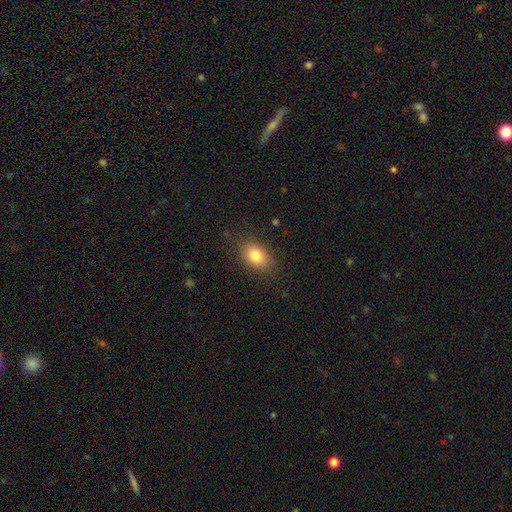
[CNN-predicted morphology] The model was most divided on "how rounded": in between: 76%, round: 23%, cigar-shaped: 1%. More confident: merging — none (84%); smooth or featured — smooth (82%).